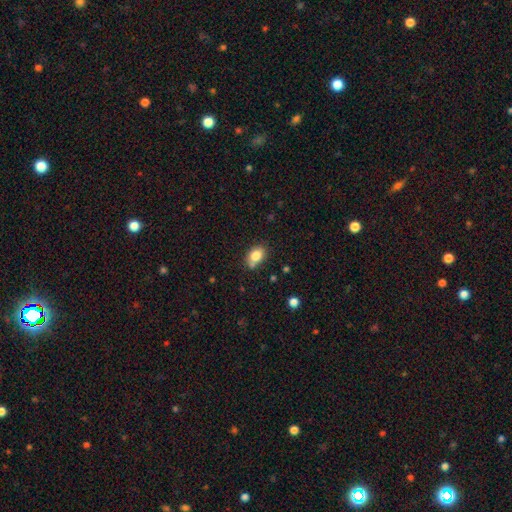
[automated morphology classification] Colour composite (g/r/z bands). It shows a smooth galaxy with no disk features (83%) that is in between round and cigar-shaped (76%). Merging: none (68%).